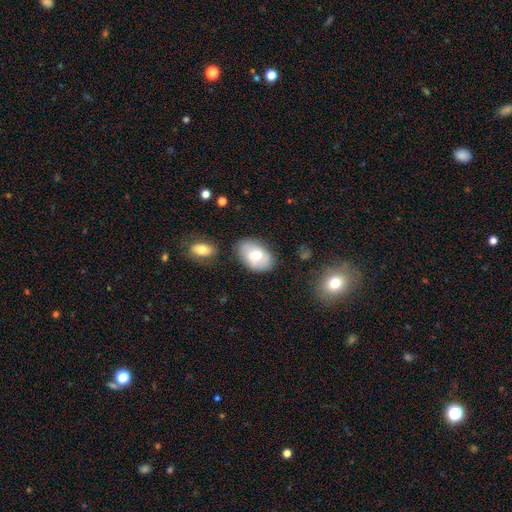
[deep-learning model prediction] smooth_or_featured: smooth (p=0.63) [alt: featured or disk p=0.29]
how_rounded: in between (p=0.88) [alt: round p=0.11]
merging: none (p=0.77) [alt: minor disturbance p=0.15]